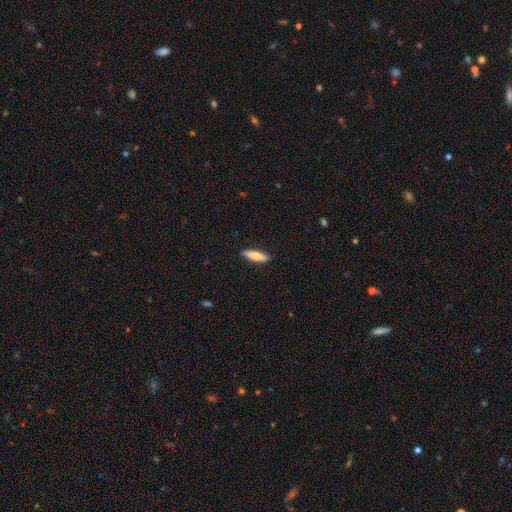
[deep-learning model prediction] Morphology: type=smooth (74%); roundness=cigar-shaped (72%); merging=none (89%).